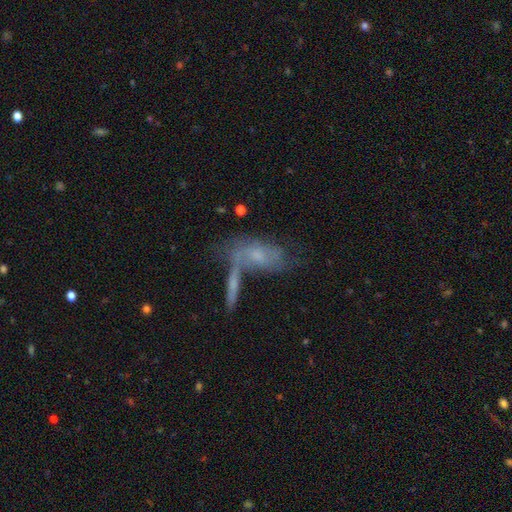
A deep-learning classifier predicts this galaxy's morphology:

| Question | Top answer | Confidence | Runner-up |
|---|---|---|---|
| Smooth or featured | featured or disk | 52% | smooth (36%) |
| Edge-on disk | no | 80% | yes (20%) |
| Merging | merger | 39% | none (32%) |